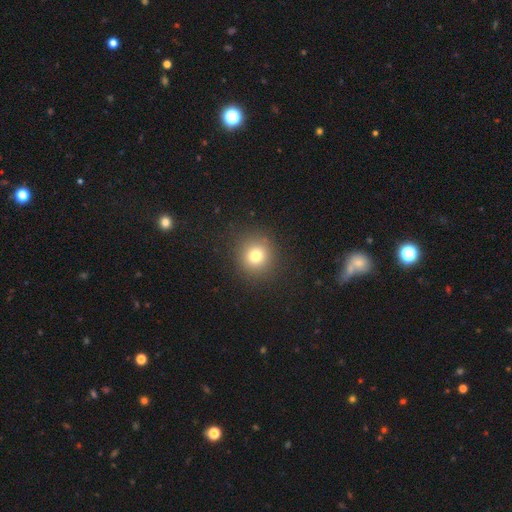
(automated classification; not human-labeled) A smooth galaxy with no disk features (77%) that is round (92%). Merging: none (90%).